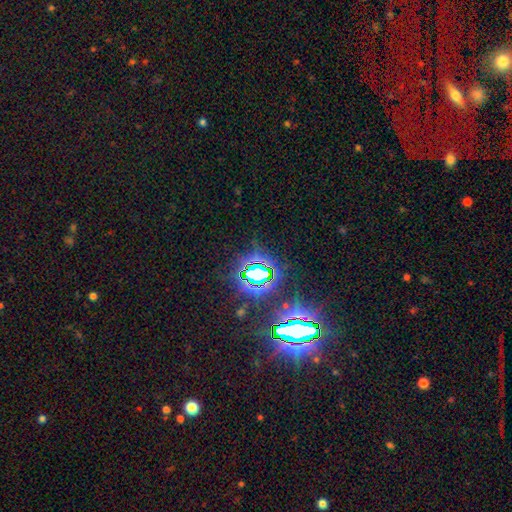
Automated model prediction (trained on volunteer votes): Smooth or featured? star or artifact (82%)